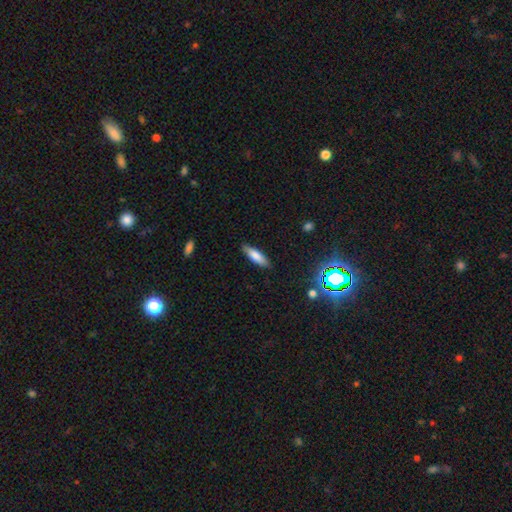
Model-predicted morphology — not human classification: This is likely a smooth galaxy (76%). How rounded: possibly cigar-shaped (55%). Merging: clearly none (87%).